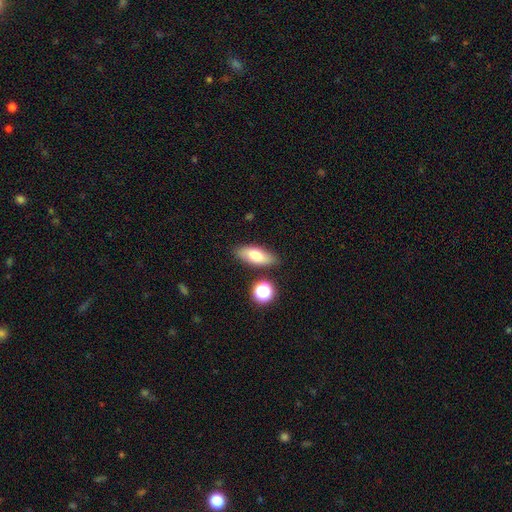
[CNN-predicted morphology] smooth-or-featured: smooth: 72% | featured or disk: 19% | star or artifact: 9%
  how-rounded: in between: 74% | cigar-shaped: 22% | round: 5%
  merging: none: 81% | minor disturbance: 12% | merger: 5% | major disturbance: 3%